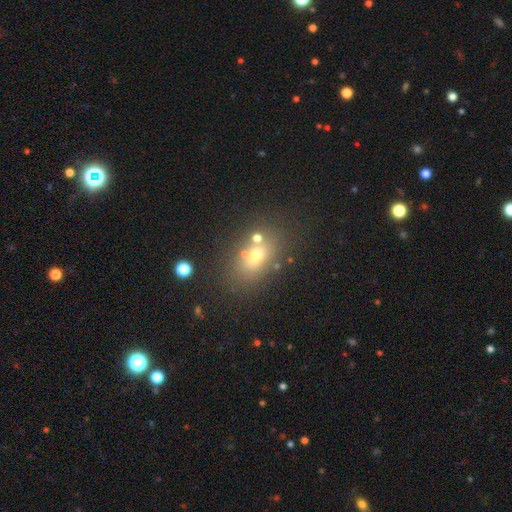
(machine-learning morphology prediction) A smooth galaxy with no disk features (62%) that is in between round and cigar-shaped (74%).

Vote fractions:
- Smooth or featured? smooth: 62% / featured or disk: 20% / star or artifact: 18%
- How rounded? in between: 74% / round: 23% / cigar-shaped: 4%
- Merging? none: 64% / merger: 18% / minor disturbance: 12% / major disturbance: 6%